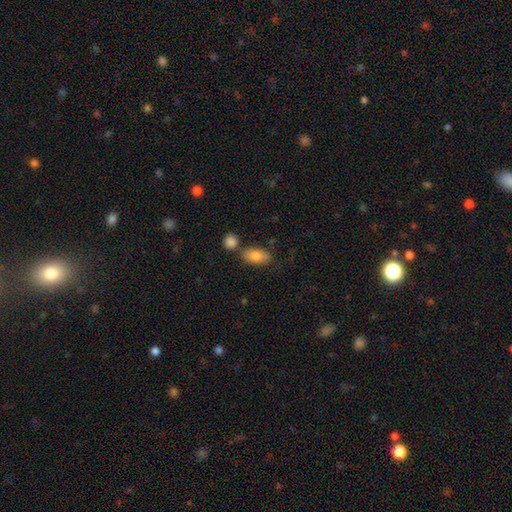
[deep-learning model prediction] This is clearly a smooth galaxy (84%). How rounded: clearly in between (90%). Merging: likely none (67%).